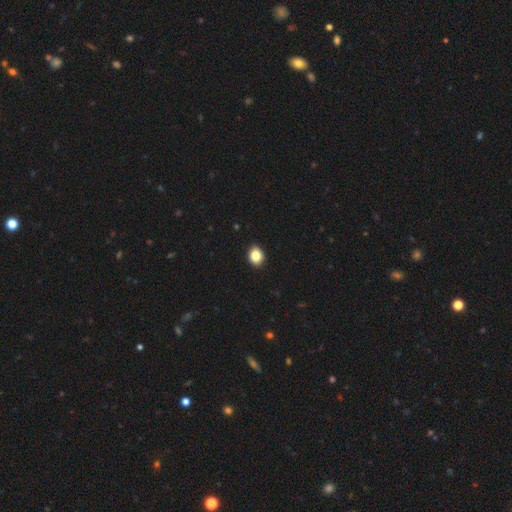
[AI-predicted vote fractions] Smooth or featured? smooth (85%)
How rounded? in between (50%)
Merging? none (91%)